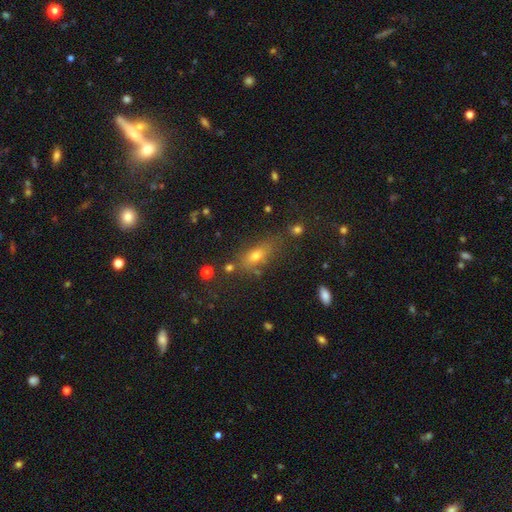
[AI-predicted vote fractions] A smooth galaxy with no disk features (64%) that is in between round and cigar-shaped (66%).

Vote fractions:
- Smooth or featured? smooth: 64% / star or artifact: 19% / featured or disk: 18%
- How rounded? in between: 66% / cigar-shaped: 24% / round: 10%
- Merging? none: 67% / minor disturbance: 18% / merger: 8% / major disturbance: 8%